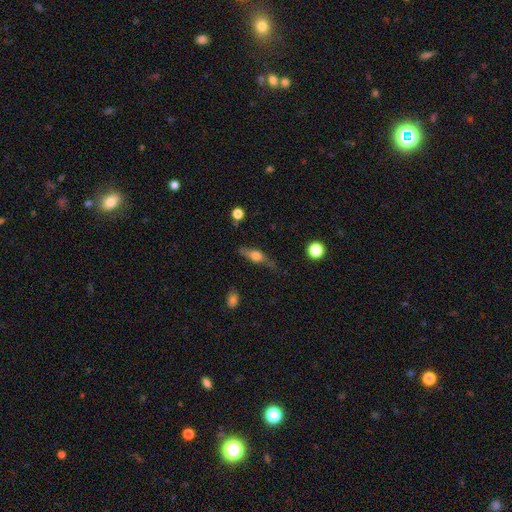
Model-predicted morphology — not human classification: smooth-or-featured: featured or disk: 52% | smooth: 39% | star or artifact: 9%
  disk-edge-on: yes: 89% | no: 11%
  merging: none: 66% | minor disturbance: 22% | major disturbance: 9% | merger: 3%